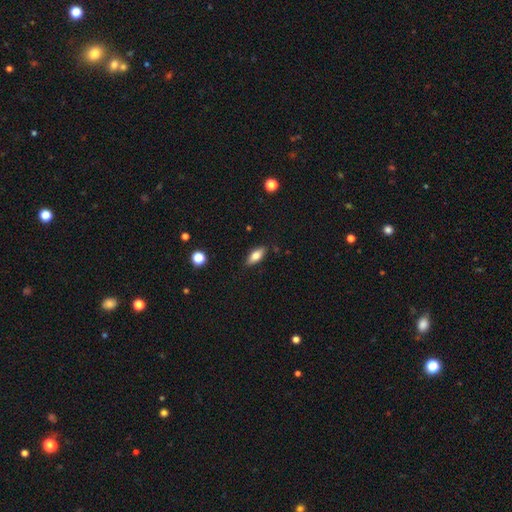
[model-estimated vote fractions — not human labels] smooth_or_featured: smooth (p=0.74) [alt: featured or disk p=0.18]
how_rounded: in between (p=0.80) [alt: cigar-shaped p=0.17]
merging: none (p=0.85) [alt: minor disturbance p=0.11]